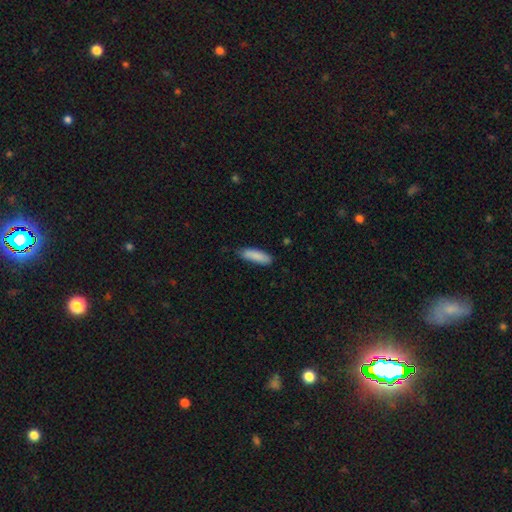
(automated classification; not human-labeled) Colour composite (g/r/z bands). It shows a smooth galaxy with no disk features (88%) that is cigar-shaped (55%). Merging: none (75%).